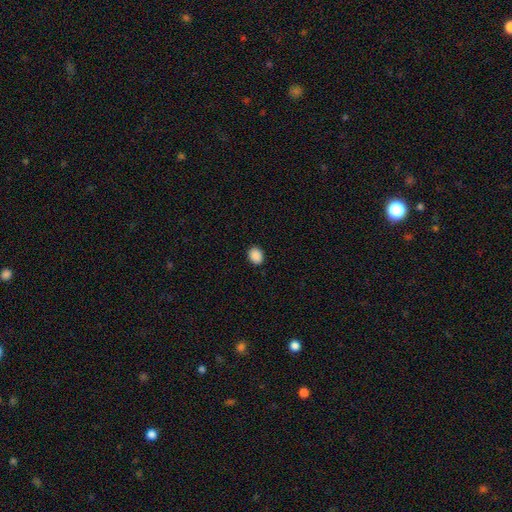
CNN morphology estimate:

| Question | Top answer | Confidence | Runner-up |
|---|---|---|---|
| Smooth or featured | smooth | 89% | star or artifact (9%) |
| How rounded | in between | 53% | round (47%) |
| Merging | none | 90% | minor disturbance (7%) |